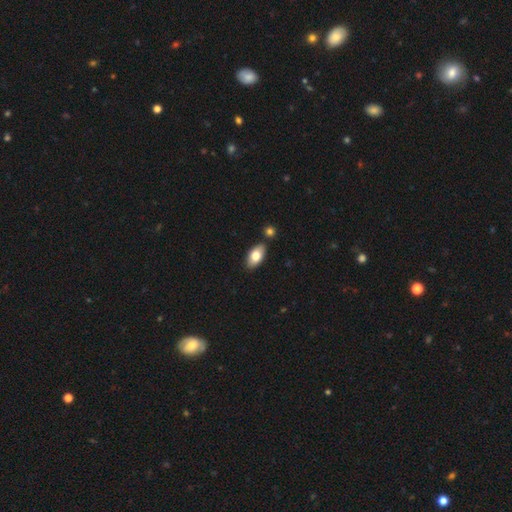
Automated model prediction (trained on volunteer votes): A smooth galaxy with no disk features (78%) that is in between round and cigar-shaped (93%).

Vote fractions:
- Smooth or featured? smooth: 78% / featured or disk: 16% / star or artifact: 7%
- How rounded? in between: 93% / round: 4% / cigar-shaped: 4%
- Merging? none: 80% / minor disturbance: 10% / merger: 8% / major disturbance: 2%